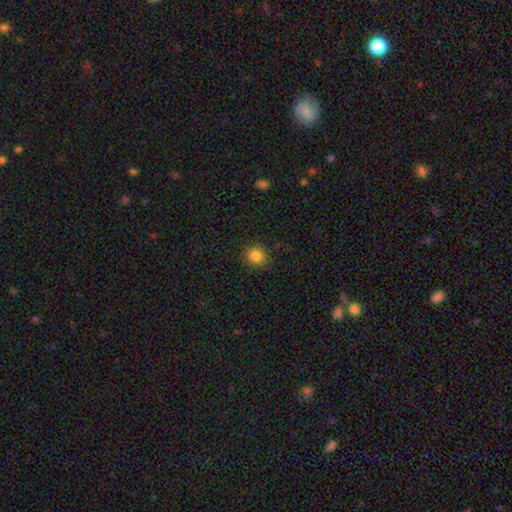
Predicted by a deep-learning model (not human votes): smooth 84%, star or artifact 11%, featured or disk 5%. Down the decision tree: how rounded — round (86%); merging — none (87%).